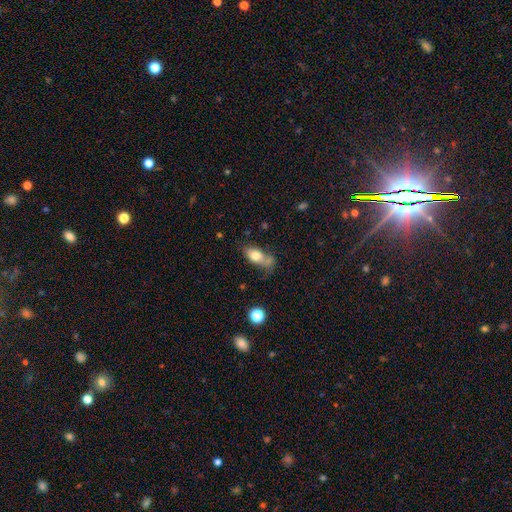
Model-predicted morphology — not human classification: This is likely a smooth galaxy (75%). How rounded: clearly in between (85%). Merging: marginally none (40%).